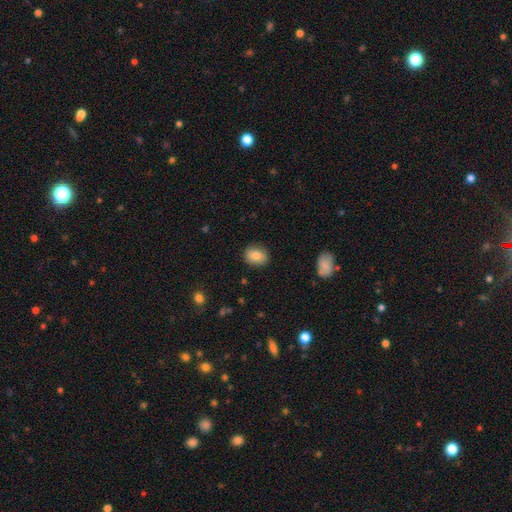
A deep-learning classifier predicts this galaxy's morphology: A smooth galaxy with no disk features (81%) that is in between round and cigar-shaped (50%).

Vote fractions:
- Smooth or featured? smooth: 81% / featured or disk: 11% / star or artifact: 8%
- How rounded? in between: 50% / round: 49% / cigar-shaped: 1%
- Merging? none: 87% / minor disturbance: 10% / major disturbance: 2% / merger: 1%